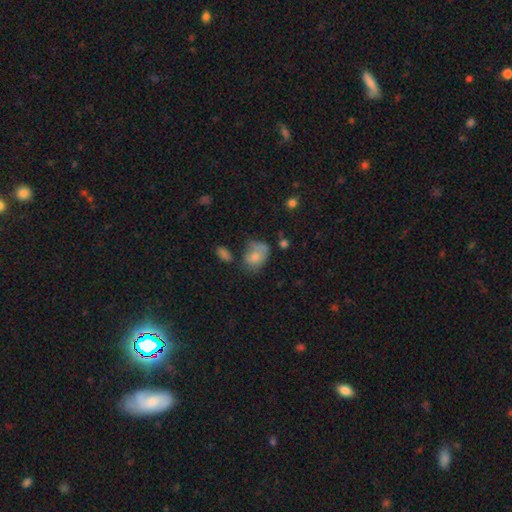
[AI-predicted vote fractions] This appears to be a smooth galaxy with no disk features (68%) that is in between round and cigar-shaped (71%). Merging: none (32%).